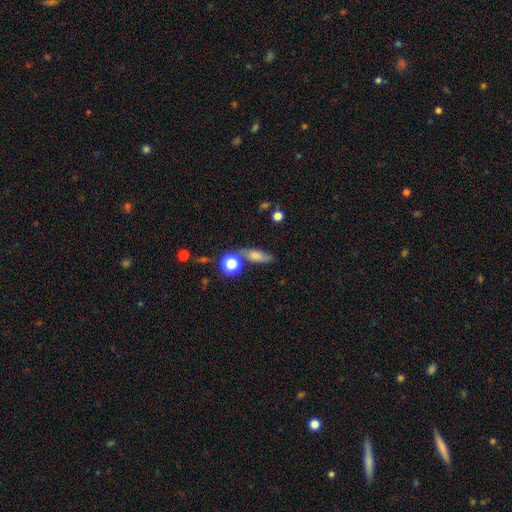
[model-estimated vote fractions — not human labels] Smooth or featured? Predicted: smooth (p=0.64). How rounded? Predicted: in between (p=0.52). Merging? Predicted: none (p=0.63).